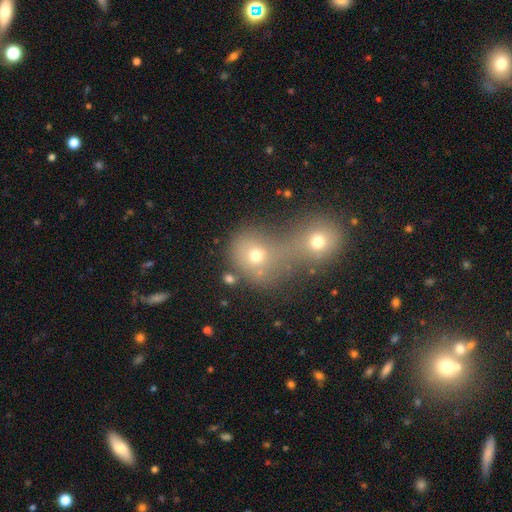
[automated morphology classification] type=smooth (68%); roundness=round (80%); merging=merger (66%).